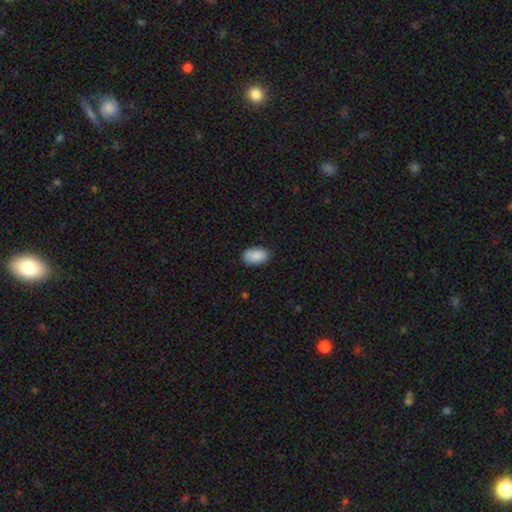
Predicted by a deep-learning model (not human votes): smooth_or_featured: smooth (p=0.90) [alt: star or artifact p=0.06]
how_rounded: in between (p=0.93) [alt: round p=0.06]
merging: none (p=0.87) [alt: minor disturbance p=0.10]